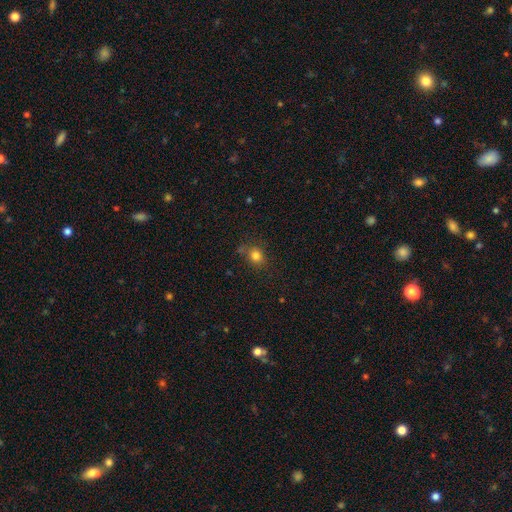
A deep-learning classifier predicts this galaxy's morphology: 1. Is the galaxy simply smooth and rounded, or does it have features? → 80% smooth, 13% star or artifact, 6% featured or disk.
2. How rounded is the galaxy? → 69% round, 30% in between, 1% cigar-shaped.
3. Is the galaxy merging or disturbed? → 74% none, 15% minor disturbance, 6% merger, 5% major disturbance.